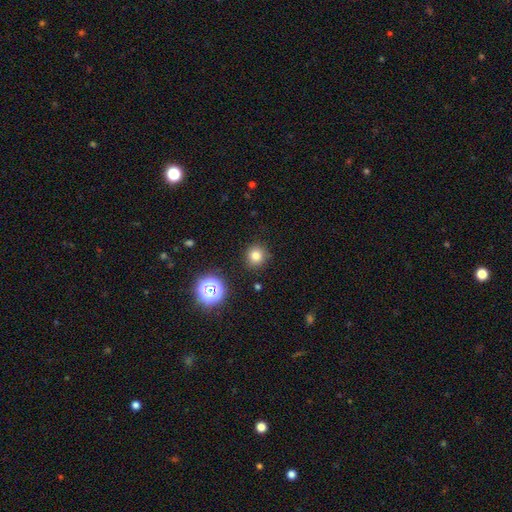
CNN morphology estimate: Smooth or featured: smooth — 79% (star or artifact — 15%)
How rounded: round — 92% (in between — 7%)
Merging: none — 89% (minor disturbance — 7%)